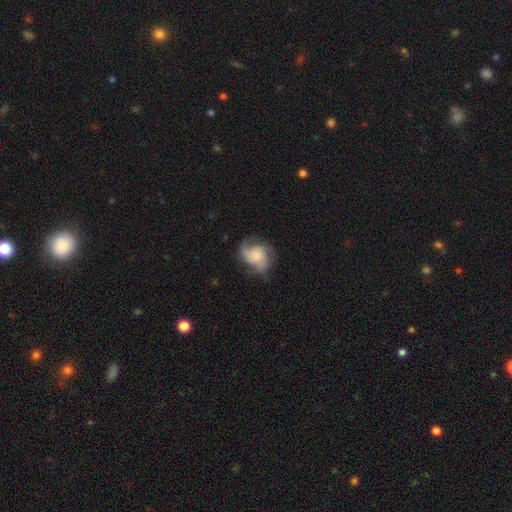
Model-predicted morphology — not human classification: type=featured or disk (63%); edge-on=no (98%); bar=no (76%); spiral arms=yes (92%); winding=medium (46%); arm count=3 (50%); bulge=small (26%); merging=none (62%).